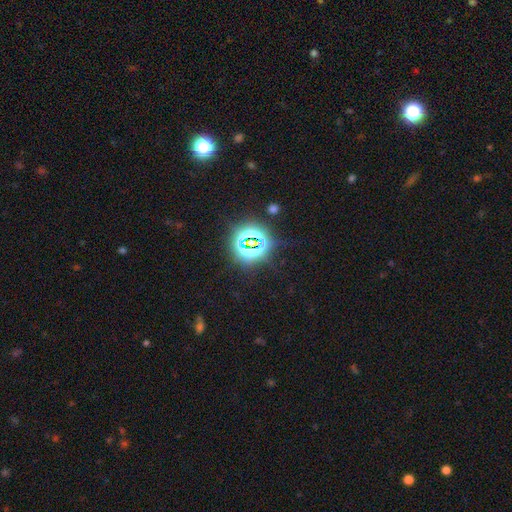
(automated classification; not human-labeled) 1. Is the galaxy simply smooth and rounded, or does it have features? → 75% star or artifact, 17% smooth, 8% featured or disk.